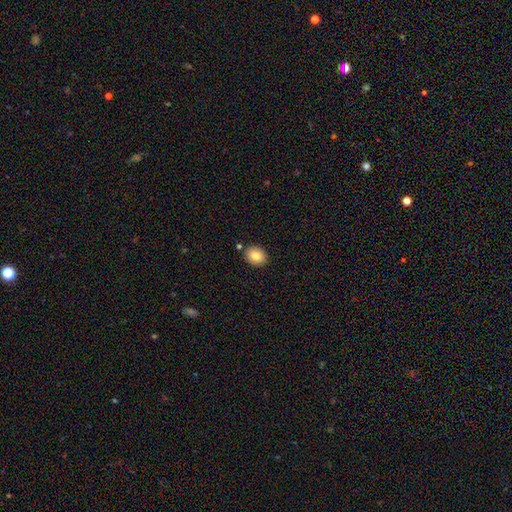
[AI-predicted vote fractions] smooth_or_featured: smooth (p=0.82) [alt: featured or disk p=0.10]
how_rounded: in between (p=0.54) [alt: round p=0.46]
merging: none (p=0.86) [alt: minor disturbance p=0.09]